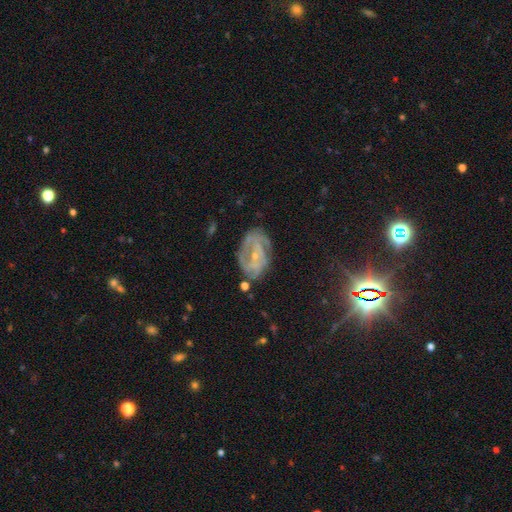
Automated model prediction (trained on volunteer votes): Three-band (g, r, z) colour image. It shows a featured or disk galaxy (74%) with a weak bar (42%), 2 (42%) tight (51%) spiral arms (83%) and a small central bulge (78%). Merging: none (67%).